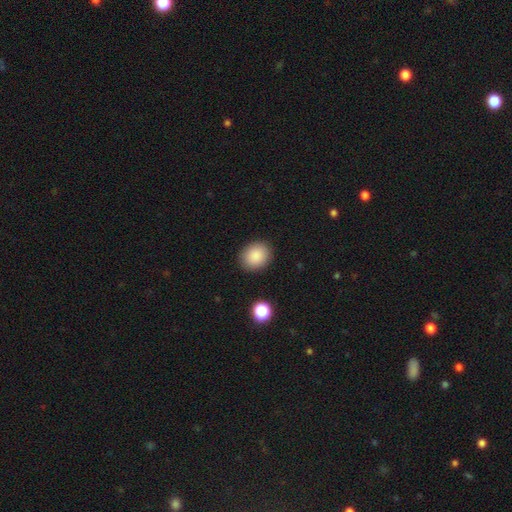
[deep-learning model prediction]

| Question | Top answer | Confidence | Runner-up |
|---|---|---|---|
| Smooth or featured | smooth | 88% | star or artifact (9%) |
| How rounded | round | 60% | in between (39%) |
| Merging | none | 89% | minor disturbance (8%) |